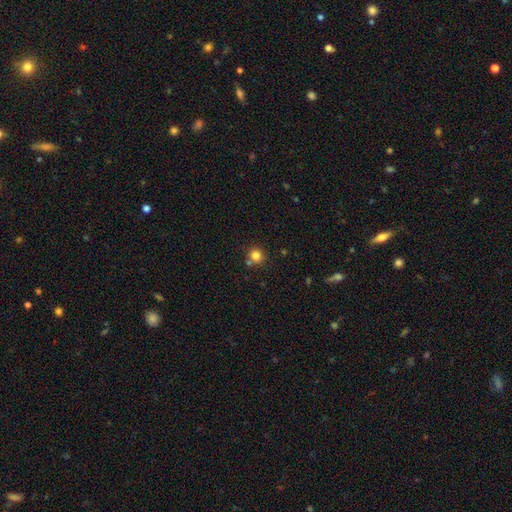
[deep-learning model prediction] smooth 82%, star or artifact 13%, featured or disk 5%. Down the decision tree: how rounded — round (89%); merging — none (76%).